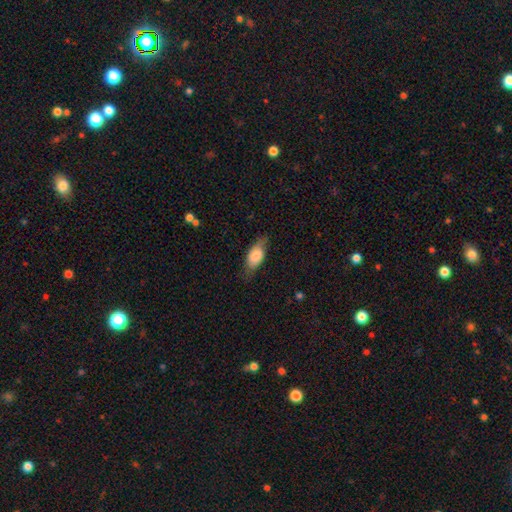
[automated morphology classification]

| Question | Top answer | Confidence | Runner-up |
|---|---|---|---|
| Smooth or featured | smooth | 75% | featured or disk (19%) |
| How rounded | in between | 84% | cigar-shaped (13%) |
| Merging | none | 69% | minor disturbance (23%) |